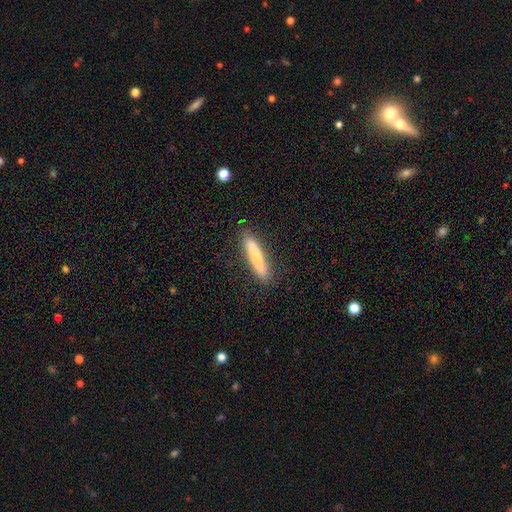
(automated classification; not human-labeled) Smooth or featured? Predicted: smooth (p=0.76). How rounded? Predicted: cigar-shaped (p=0.93). Merging? Predicted: none (p=0.88).